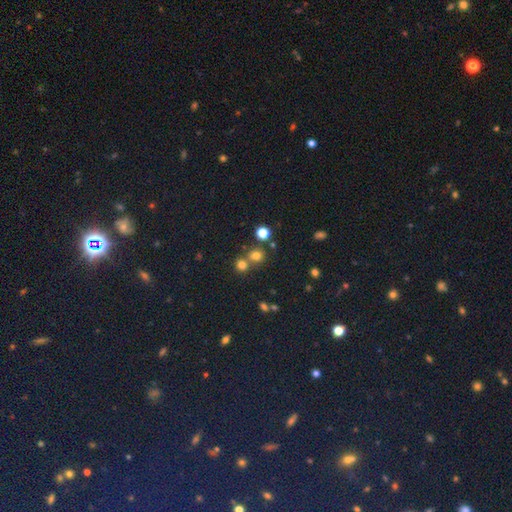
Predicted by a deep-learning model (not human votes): Smooth or featured? smooth (71%)
How rounded? round (80%)
Merging? none (57%)